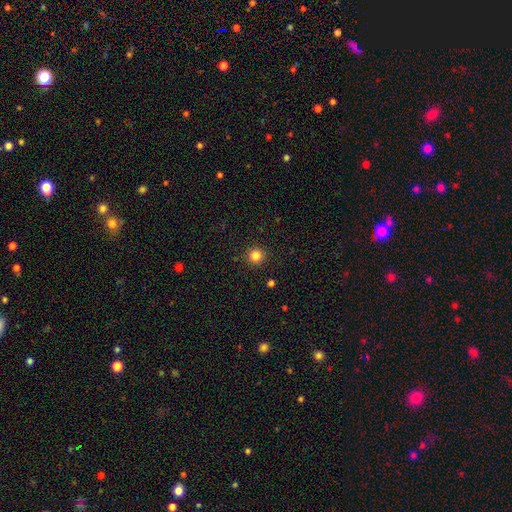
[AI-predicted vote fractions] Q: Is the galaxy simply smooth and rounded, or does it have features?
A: smooth — 84%.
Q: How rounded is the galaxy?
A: round — 95%.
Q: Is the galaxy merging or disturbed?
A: none — 92%.